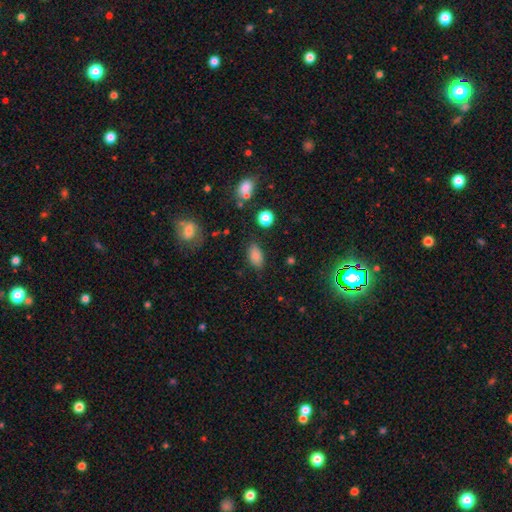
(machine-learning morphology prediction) smooth_or_featured: smooth (p=0.82) [alt: star or artifact p=0.11]
how_rounded: in between (p=0.91) [alt: round p=0.07]
merging: none (p=0.80) [alt: minor disturbance p=0.14]